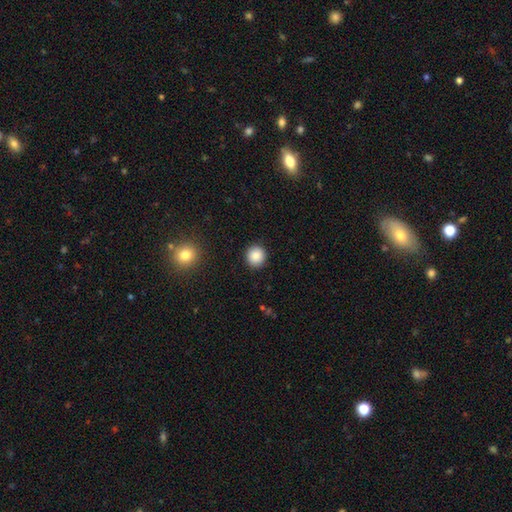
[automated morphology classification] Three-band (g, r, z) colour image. It shows a smooth galaxy with no disk features (87%) that is round (91%). Merging: none (91%).